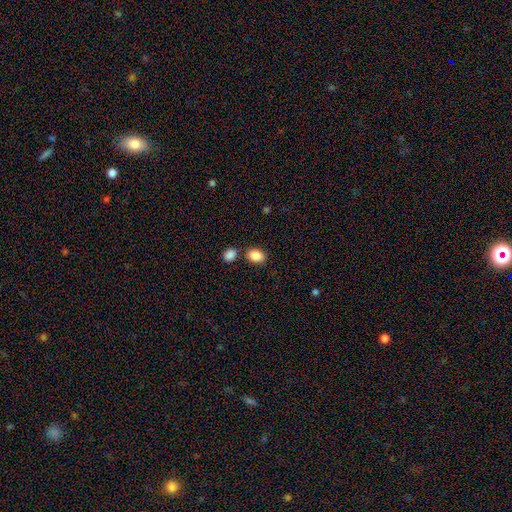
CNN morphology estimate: A smooth galaxy with no disk features (88%) that is in between round and cigar-shaped (83%).

Vote fractions:
- Smooth or featured? smooth: 88% / star or artifact: 8% / featured or disk: 4%
- How rounded? in between: 83% / round: 16% / cigar-shaped: 1%
- Merging? none: 72% / merger: 14% / minor disturbance: 11% / major disturbance: 3%